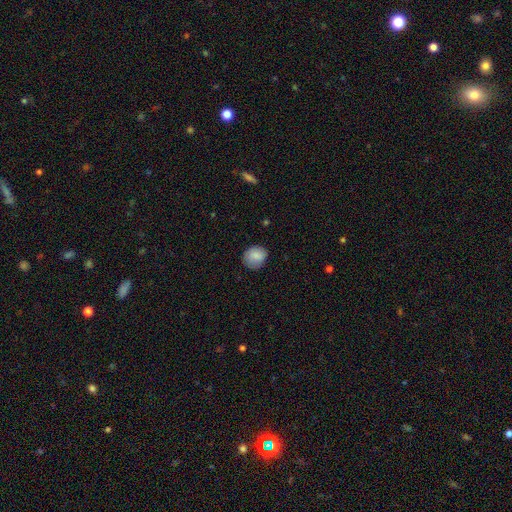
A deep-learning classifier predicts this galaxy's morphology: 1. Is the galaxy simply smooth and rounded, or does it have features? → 85% smooth, 8% featured or disk, 7% star or artifact.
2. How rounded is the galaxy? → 72% round, 27% in between, 1% cigar-shaped.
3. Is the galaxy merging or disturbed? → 77% none, 17% minor disturbance, 4% major disturbance, 1% merger.